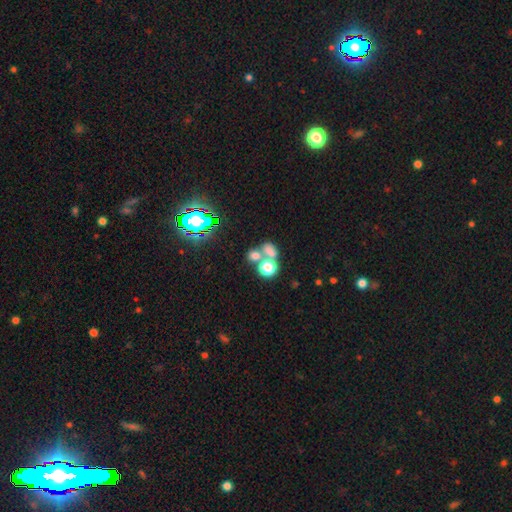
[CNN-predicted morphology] smooth 64%, star or artifact 22%, featured or disk 13%. Down the decision tree: how rounded — round (61%); merging — merger (52%).